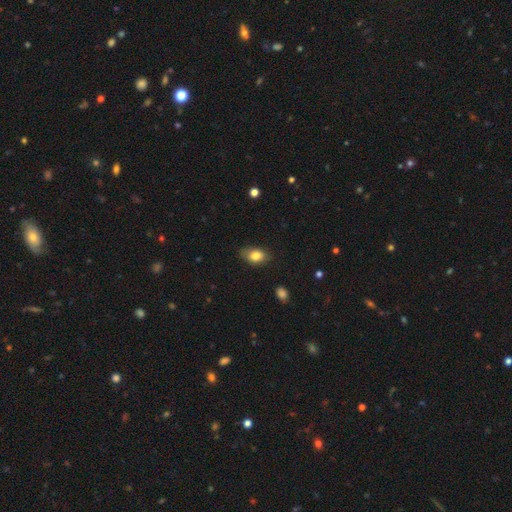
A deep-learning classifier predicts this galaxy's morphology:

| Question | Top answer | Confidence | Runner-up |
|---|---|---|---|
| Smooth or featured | smooth | 82% | featured or disk (10%) |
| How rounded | in between | 84% | round (14%) |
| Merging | none | 74% | minor disturbance (20%) |